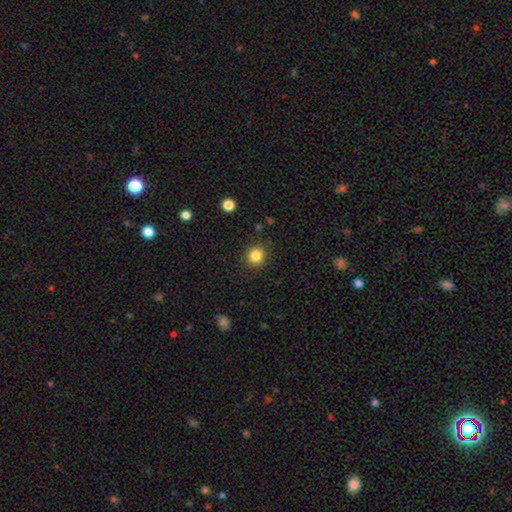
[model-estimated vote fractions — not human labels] smooth-or-featured: smooth: 84% | star or artifact: 11% | featured or disk: 5%
  how-rounded: round: 88% | in between: 11% | cigar-shaped: 1%
  merging: none: 88% | minor disturbance: 8% | major disturbance: 3% | merger: 1%